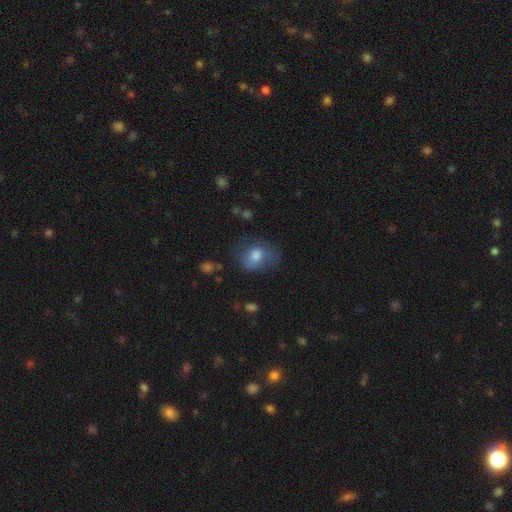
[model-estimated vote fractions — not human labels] This is likely a smooth galaxy (67%). How rounded: possibly in between (58%). Merging: possibly none (45%).